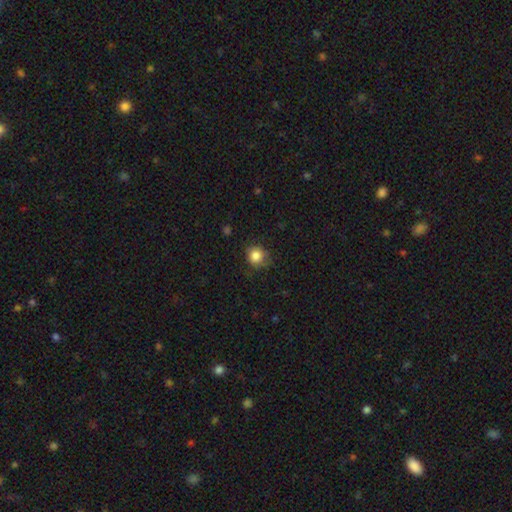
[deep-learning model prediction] This appears to be a smooth galaxy with no disk features (85%) that is round (83%). Merging: none (70%).